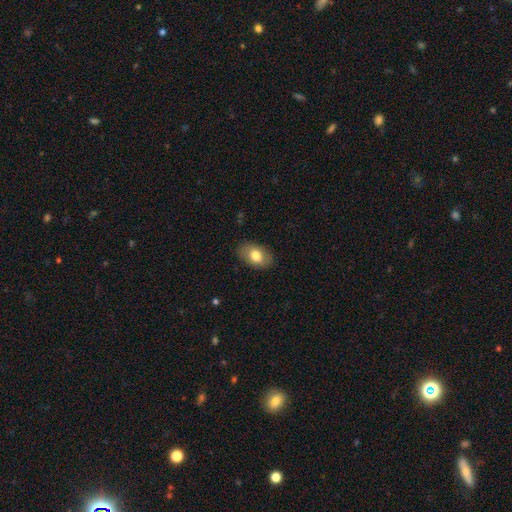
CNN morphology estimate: A smooth galaxy with no disk features (78%) that is in between round and cigar-shaped (88%).

Vote fractions:
- Smooth or featured? smooth: 78% / featured or disk: 15% / star or artifact: 7%
- How rounded? in between: 88% / round: 11% / cigar-shaped: 1%
- Merging? none: 86% / minor disturbance: 11% / major disturbance: 3% / merger: 1%